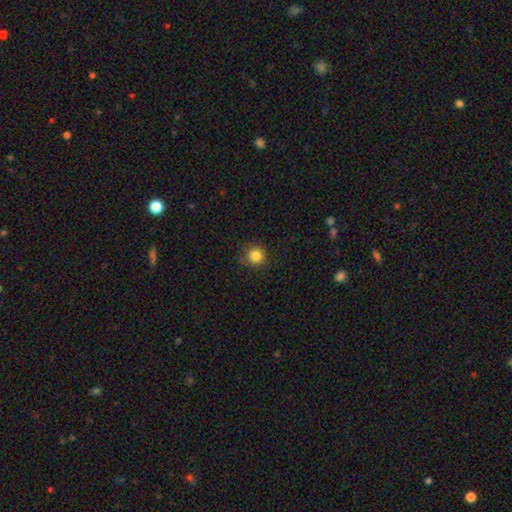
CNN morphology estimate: A smooth galaxy with no disk features (83%) that is round (91%).

Vote fractions:
- Smooth or featured? smooth: 83% / star or artifact: 12% / featured or disk: 5%
- How rounded? round: 91% / in between: 9% / cigar-shaped: 1%
- Merging? none: 84% / minor disturbance: 12% / major disturbance: 3% / merger: 1%